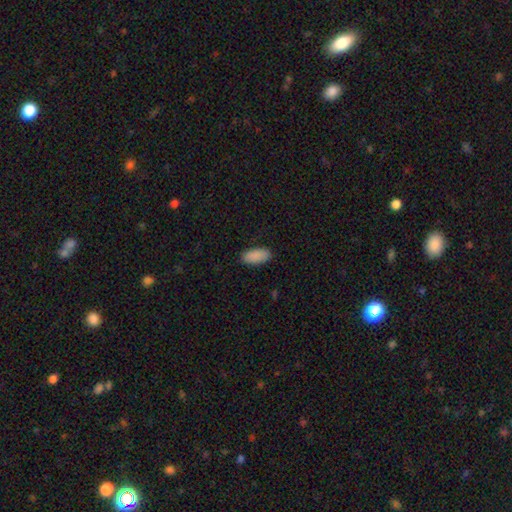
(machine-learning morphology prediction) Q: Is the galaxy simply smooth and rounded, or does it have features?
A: smooth — 90%.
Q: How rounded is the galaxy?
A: in between — 92%.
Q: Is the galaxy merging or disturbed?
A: none — 87%.